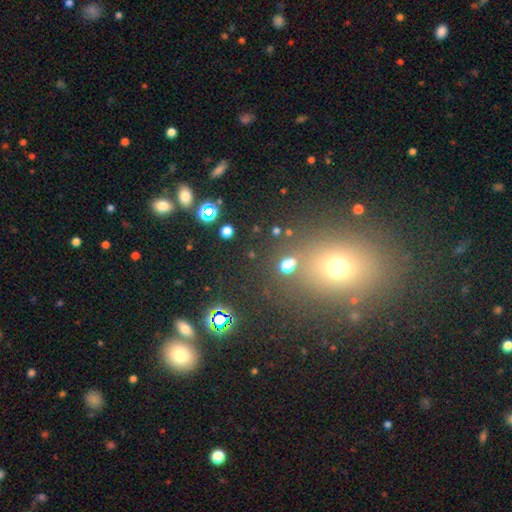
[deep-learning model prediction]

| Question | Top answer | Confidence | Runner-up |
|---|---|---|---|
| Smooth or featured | star or artifact | 47% | smooth (42%) |